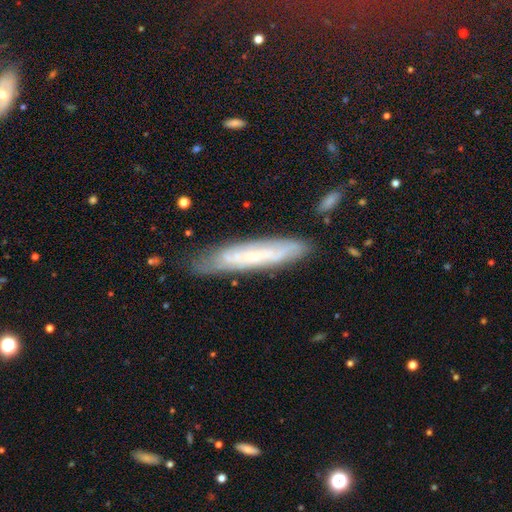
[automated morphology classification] Q: Smooth or featured?
A: featured or disk (57%); runner-up: smooth (35%)
Q: Edge-on disk?
A: yes (53%); runner-up: no (47%)
Q: Merging?
A: none (79%); runner-up: minor disturbance (15%)